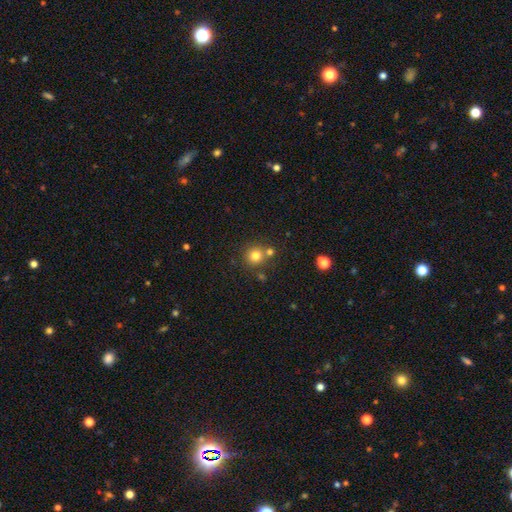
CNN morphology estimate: Smooth or featured?
  - smooth: 78% *
  - star or artifact: 14%
  - featured or disk: 8%
How rounded?
  - round: 92% *
  - in between: 7%
  - cigar-shaped: 1%
Merging?
  - none: 71% *
  - merger: 19%
  - minor disturbance: 8%
  - major disturbance: 3%